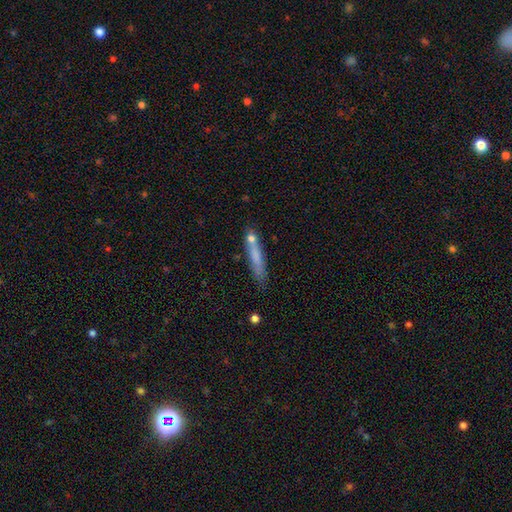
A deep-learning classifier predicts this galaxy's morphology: Smooth or featured?
  - smooth: 68% *
  - featured or disk: 24%
  - star or artifact: 8%
How rounded?
  - cigar-shaped: 89% *
  - in between: 9%
  - round: 2%
Merging?
  - none: 63% *
  - minor disturbance: 19%
  - merger: 12%
  - major disturbance: 6%